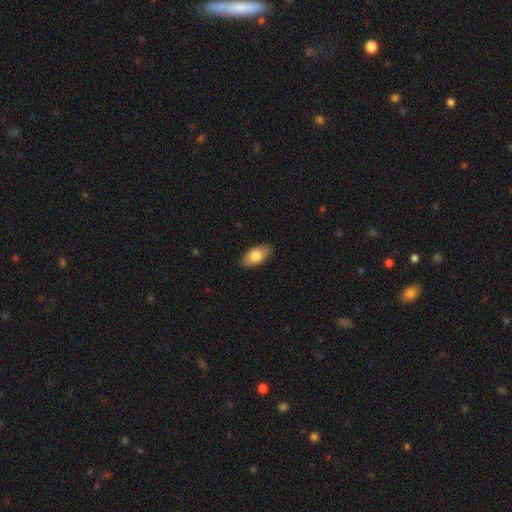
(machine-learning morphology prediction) Smooth or featured? Predicted: smooth (p=0.79). How rounded? Predicted: in between (p=0.92). Merging? Predicted: none (p=0.88).